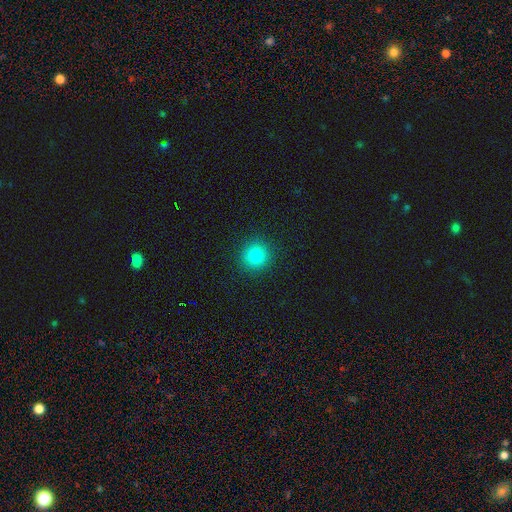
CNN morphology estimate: smooth_or_featured: smooth (p=0.84) [alt: star or artifact p=0.12]
how_rounded: round (p=0.90) [alt: in between p=0.09]
merging: none (p=0.90) [alt: minor disturbance p=0.06]